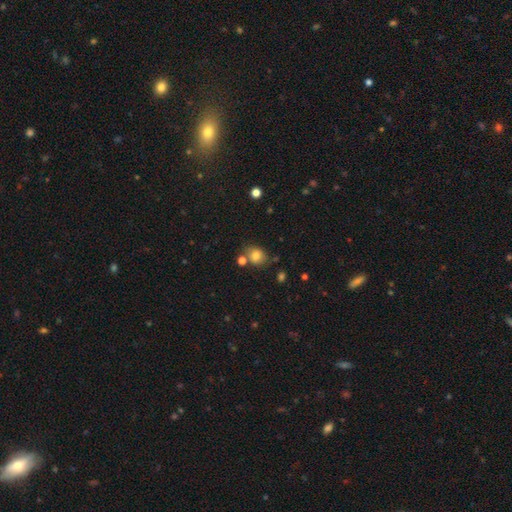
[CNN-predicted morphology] Smooth or featured? Predicted: smooth (p=0.78). How rounded? Predicted: round (p=0.65). Merging? Predicted: none (p=0.68).